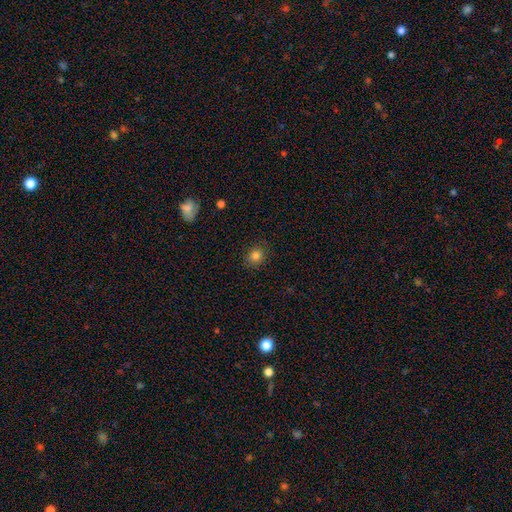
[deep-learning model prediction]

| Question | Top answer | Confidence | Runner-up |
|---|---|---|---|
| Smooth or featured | smooth | 81% | star or artifact (13%) |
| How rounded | round | 73% | in between (26%) |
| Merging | none | 87% | minor disturbance (9%) |